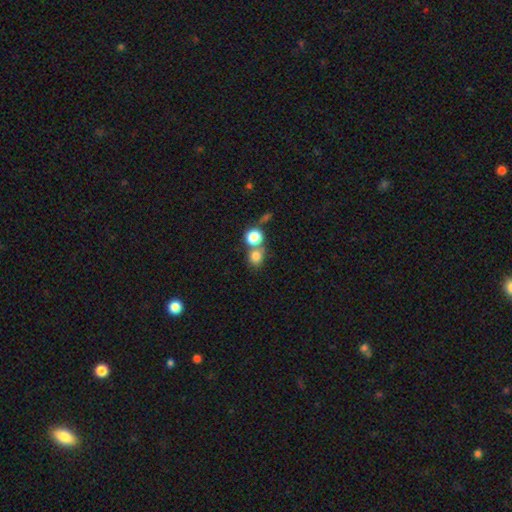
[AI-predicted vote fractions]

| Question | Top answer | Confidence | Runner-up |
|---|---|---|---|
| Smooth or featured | smooth | 79% | star or artifact (13%) |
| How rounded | round | 79% | in between (20%) |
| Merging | none | 50% | merger (39%) |